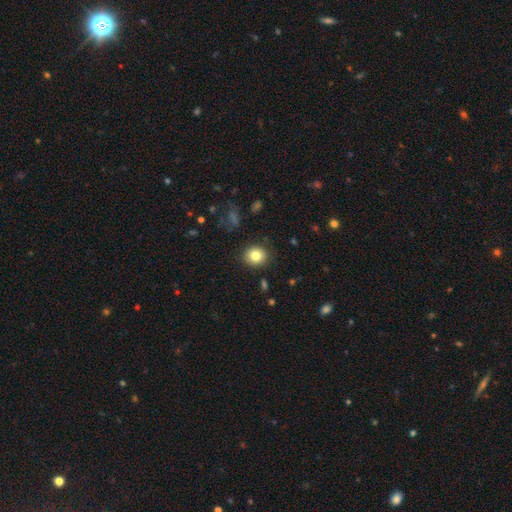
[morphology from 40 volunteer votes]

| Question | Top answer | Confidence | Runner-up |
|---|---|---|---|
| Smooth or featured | smooth | 90% | featured or disk (8%) |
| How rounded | round | 86% | in between (14%) |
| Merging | none | 95% | minor disturbance (5%) |